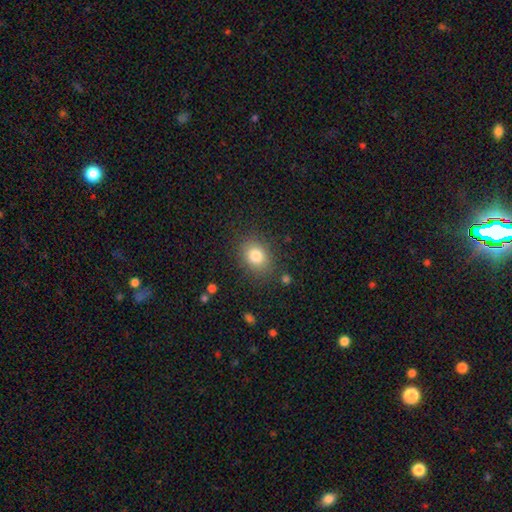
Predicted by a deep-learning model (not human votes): Smooth or featured?
  - smooth: 81% *
  - star or artifact: 10%
  - featured or disk: 9%
How rounded?
  - in between: 50% *
  - round: 49%
  - cigar-shaped: 1%
Merging?
  - none: 82% *
  - minor disturbance: 12%
  - major disturbance: 4%
  - merger: 2%